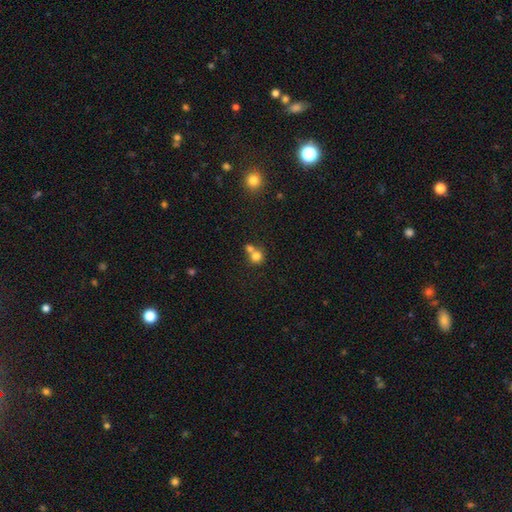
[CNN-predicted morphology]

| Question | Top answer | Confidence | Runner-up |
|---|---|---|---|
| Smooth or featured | smooth | 77% | star or artifact (12%) |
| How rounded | round | 86% | in between (13%) |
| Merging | merger | 50% | none (41%) |